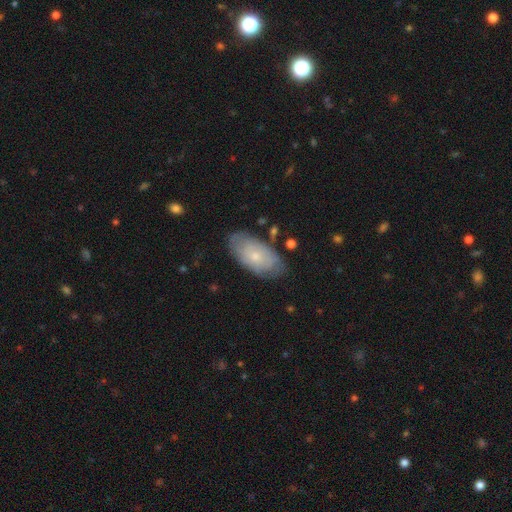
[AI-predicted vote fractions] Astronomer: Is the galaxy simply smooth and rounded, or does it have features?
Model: smooth — 53% (runner-up: featured or disk, 41%).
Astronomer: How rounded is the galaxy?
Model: in between — 93%.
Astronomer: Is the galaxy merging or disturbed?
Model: none — 73%.